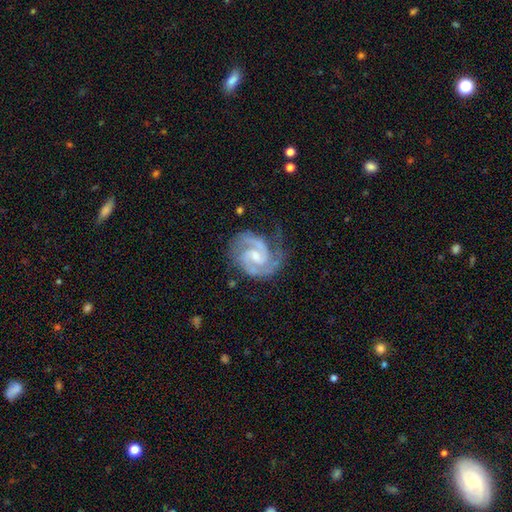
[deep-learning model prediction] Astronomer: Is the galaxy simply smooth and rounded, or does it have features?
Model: featured or disk — 92%.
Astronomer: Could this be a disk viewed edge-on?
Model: no — 98%.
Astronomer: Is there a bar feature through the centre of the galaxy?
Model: weak — 52% (runner-up: no, 33%).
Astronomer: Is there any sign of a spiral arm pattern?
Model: yes — 99%.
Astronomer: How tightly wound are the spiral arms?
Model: tight — 48% (runner-up: medium, 46%).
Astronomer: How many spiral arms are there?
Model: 2 — 88%.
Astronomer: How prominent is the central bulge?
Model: small — 47% (runner-up: moderate, 39%).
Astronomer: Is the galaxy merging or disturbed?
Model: none — 72%.